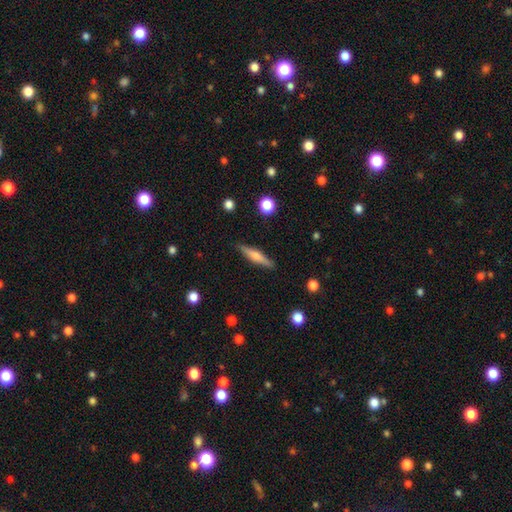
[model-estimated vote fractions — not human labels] Morphology: type=featured or disk (51%); edge-on=yes (96%); merging=none (89%).